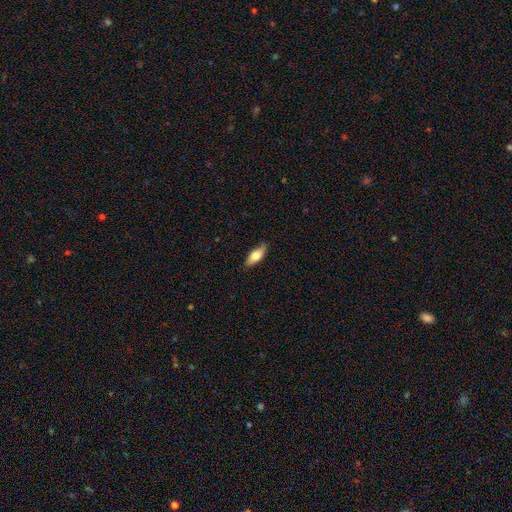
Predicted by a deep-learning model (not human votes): Morphology: type=smooth (68%); roundness=in between (74%); merging=none (81%).